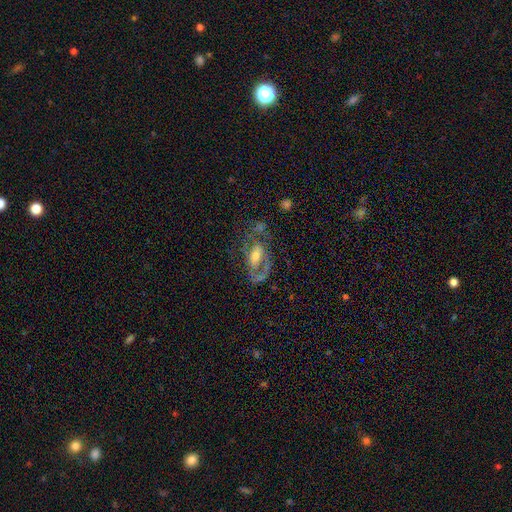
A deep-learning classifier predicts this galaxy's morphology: Smooth or featured? featured or disk (69%)
Edge-on disk? no (93%)
Bar? no (51%)
Spiral arms? yes (60%)
Bulge size? moderate (57%)
Merging? none (46%)